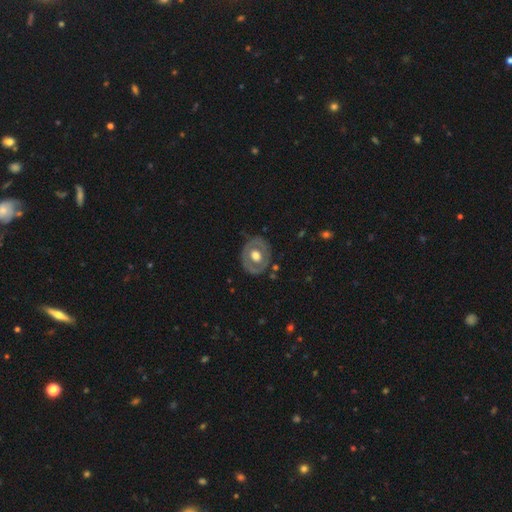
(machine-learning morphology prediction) smooth-or-featured: featured or disk: 55% | smooth: 40% | star or artifact: 5%
  disk-edge-on: no: 95% | yes: 5%
    bar: no: 83% | weak: 13% | strong: 4%
    has-spiral-arms: no: 86% | yes: 14%
    bulge-size: moderate: 57% | large: 38% | small: 3% | dominant: 2% | none: 1%
  merging: none: 79% | minor disturbance: 14% | major disturbance: 5% | merger: 2%